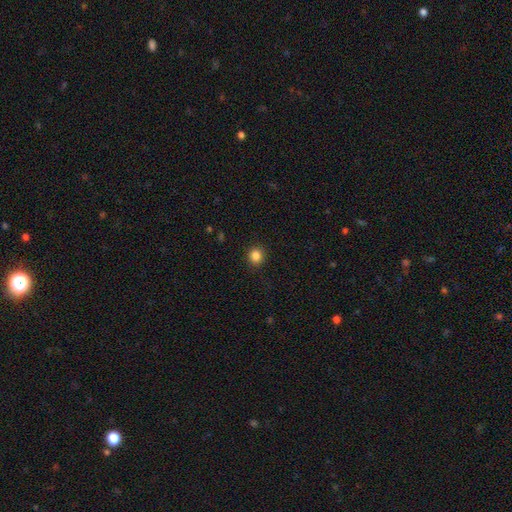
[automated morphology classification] smooth_or_featured: smooth (p=0.85) [alt: star or artifact p=0.11]
how_rounded: round (p=0.88) [alt: in between p=0.12]
merging: none (p=0.91) [alt: minor disturbance p=0.06]